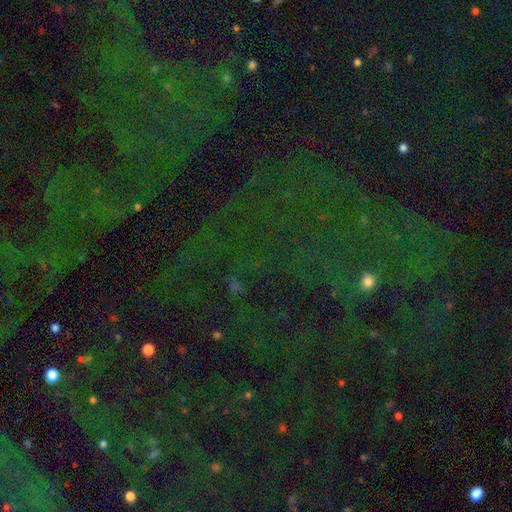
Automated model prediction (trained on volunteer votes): Smooth or featured? star or artifact (78%)